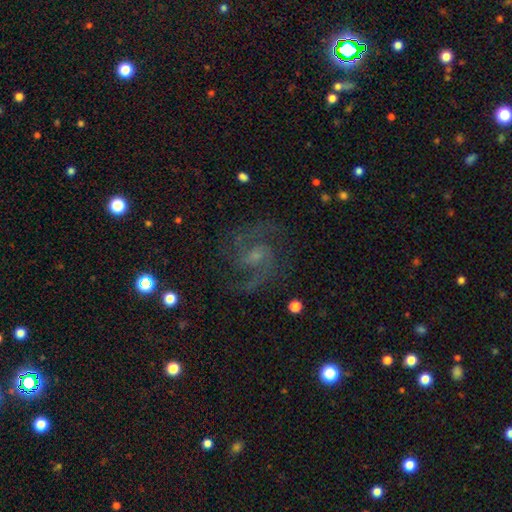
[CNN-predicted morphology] featured or disk 87%, star or artifact 7%, smooth 6%. Down the decision tree: edge-on disk — no (98%); bar — no (48%); spiral arms — yes (97%); spiral arm count — 2 (74%); spiral winding — medium (61%); bulge size — small (58%); merging — none (75%).